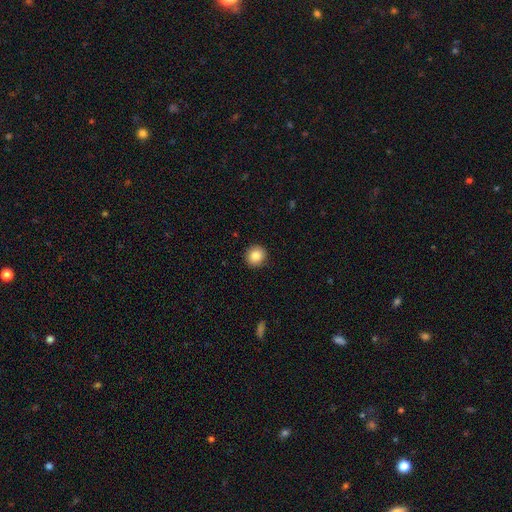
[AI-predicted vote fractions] smooth-or-featured: smooth: 85% | star or artifact: 9% | featured or disk: 6%
  how-rounded: round: 92% | in between: 7% | cigar-shaped: 1%
  merging: none: 92% | minor disturbance: 6% | major disturbance: 2% | merger: 1%